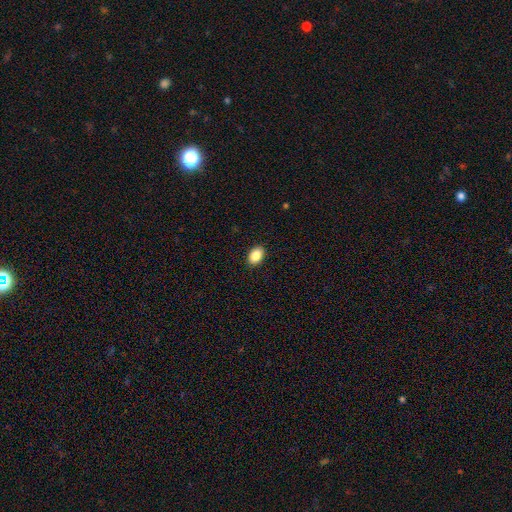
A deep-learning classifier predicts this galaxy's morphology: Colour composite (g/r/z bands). It shows a smooth galaxy with no disk features (87%) that is in between round and cigar-shaped (85%). Merging: none (90%).